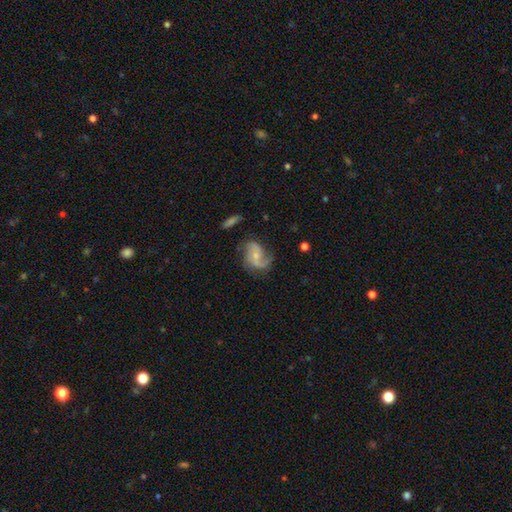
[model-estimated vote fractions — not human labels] Smooth or featured?
  - featured or disk: 80% *
  - smooth: 14%
  - star or artifact: 6%
Edge-on disk?
  - no: 97% *
  - yes: 3%
Bar?
  - no: 57% *
  - weak: 35%
  - strong: 8%
Spiral arms?
  - yes: 94% *
  - no: 6%
Spiral winding?
  - loose: 43% * (tied)
  - medium: 43% * (tied)
  - tight: 14%
Spiral arm count?
  - 2: 75% *
  - 1: 11%
  - can't tell: 7%
  - 3: 4%
  - 4: 1%
  - more than 4: 1%
Bulge size?
  - small: 60% *
  - moderate: 32%
  - none: 5%
  - large: 2%
  - dominant: 1%
Merging?
  - none: 59% *
  - minor disturbance: 23%
  - major disturbance: 15%
  - merger: 3%